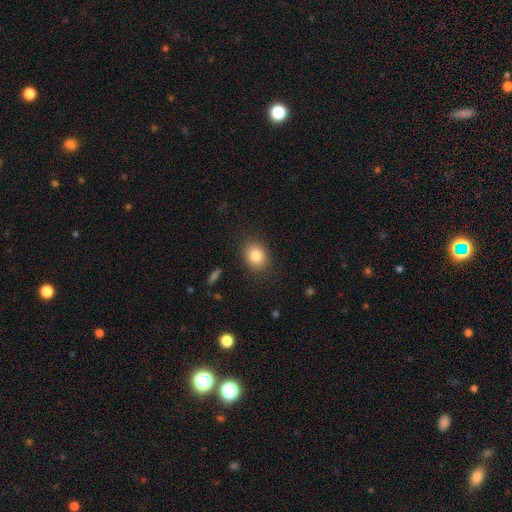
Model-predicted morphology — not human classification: Overall: smooth (83%). How rounded: in between (50%; round 49%). Merging: none (86%).